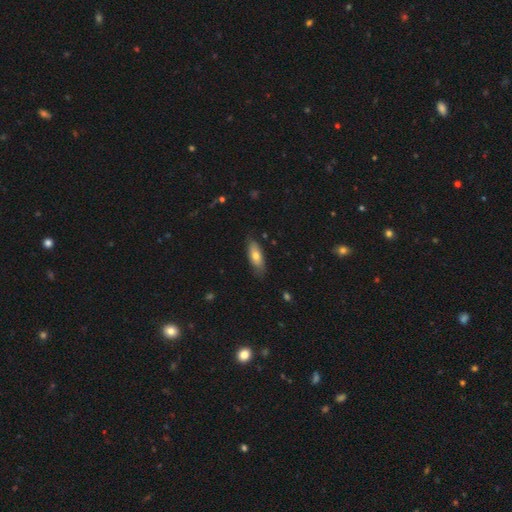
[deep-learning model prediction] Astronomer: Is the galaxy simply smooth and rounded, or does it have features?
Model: smooth — 68%.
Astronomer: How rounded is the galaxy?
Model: in between — 74%.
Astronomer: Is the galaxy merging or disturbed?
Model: none — 76%.